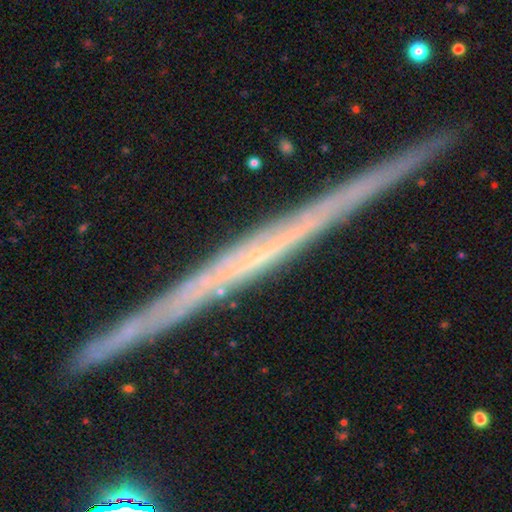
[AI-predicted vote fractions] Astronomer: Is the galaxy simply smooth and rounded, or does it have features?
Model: featured or disk — 72%.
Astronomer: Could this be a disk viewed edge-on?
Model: yes — 97%.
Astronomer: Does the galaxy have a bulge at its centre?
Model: none — 81%.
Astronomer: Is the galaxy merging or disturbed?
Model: none — 91%.